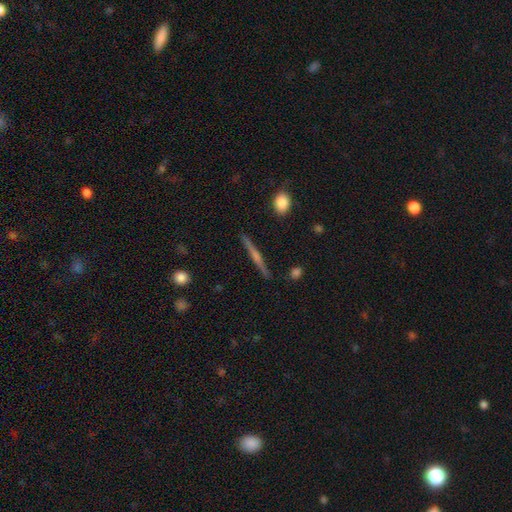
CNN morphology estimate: The model was most divided on "edge-on bulge": rounded: 60%, none: 29%, boxy: 11%. More confident: edge-on disk — yes (98%); merging — none (90%); smooth or featured — featured or disk (64%).